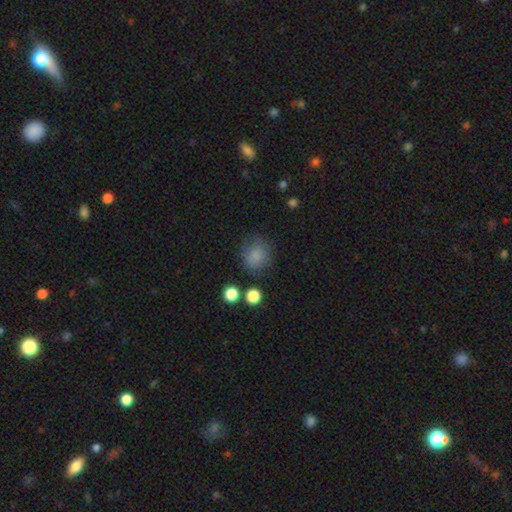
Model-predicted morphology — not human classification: type=smooth (82%); roundness=round (81%); merging=none (76%).